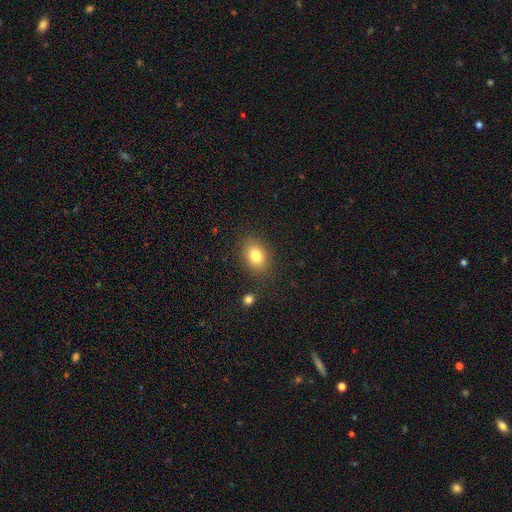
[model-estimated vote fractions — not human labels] This appears to be a smooth galaxy with no disk features (81%) that is in between round and cigar-shaped (73%). Merging: none (84%).